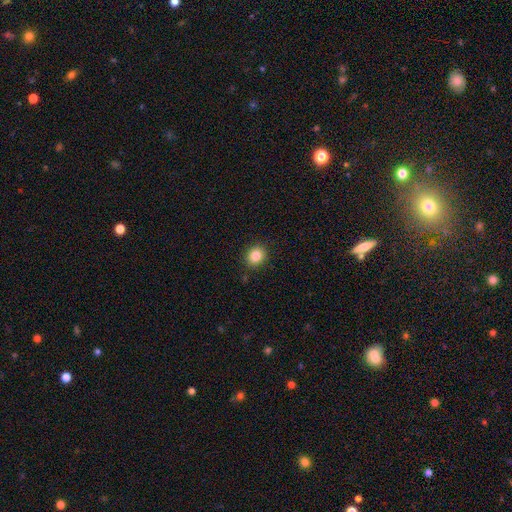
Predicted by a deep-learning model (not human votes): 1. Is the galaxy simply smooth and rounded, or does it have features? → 84% smooth, 10% star or artifact, 5% featured or disk.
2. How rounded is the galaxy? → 71% round, 28% in between, 1% cigar-shaped.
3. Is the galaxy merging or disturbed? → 89% none, 8% minor disturbance, 2% major disturbance, 1% merger.